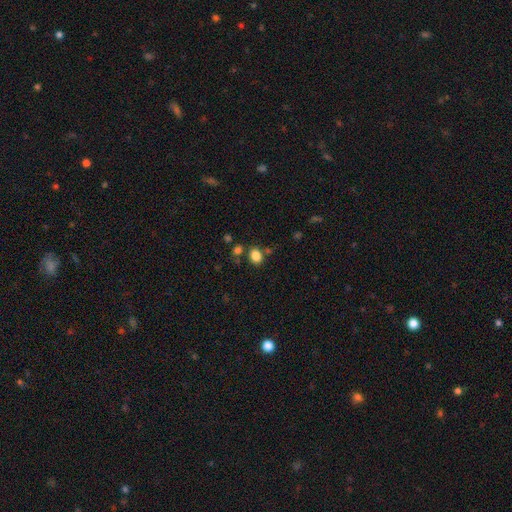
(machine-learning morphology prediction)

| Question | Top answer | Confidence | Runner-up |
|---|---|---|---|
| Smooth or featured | smooth | 84% | star or artifact (11%) |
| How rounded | in between | 57% | round (42%) |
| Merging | none | 74% | minor disturbance (12%) |